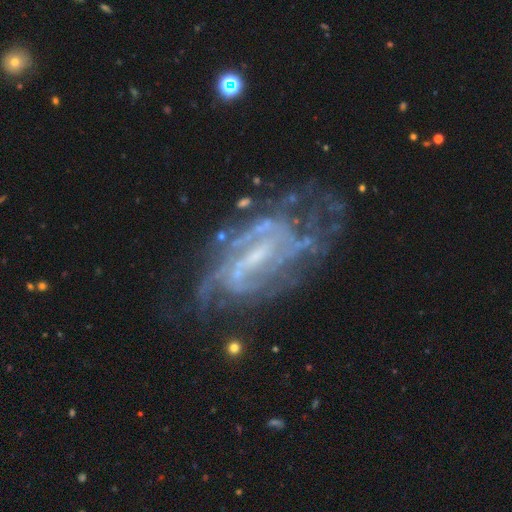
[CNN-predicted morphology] This is clearly a featured or disk galaxy (86%). It is clearly not viewed edge-on (95%). Bar: possibly weak (47%). Spiral arm pattern: clearly yes (90%). Spiral arm count: marginally can't tell (41%). Spiral winding: possibly tight (46%). Central bulge: possibly small (48%). Merging: possibly none (56%).